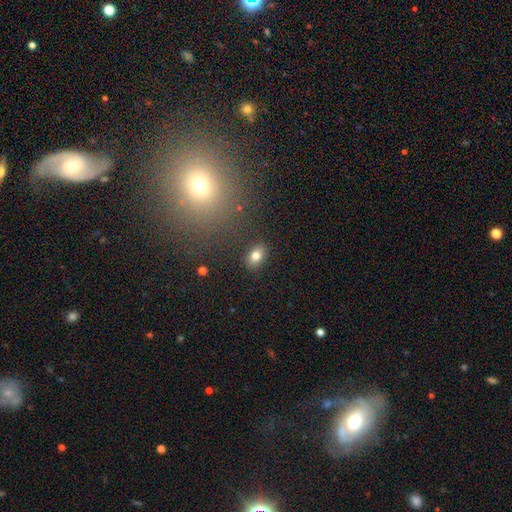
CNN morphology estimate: type=smooth (80%); roundness=in between (81%); merging=none (87%).